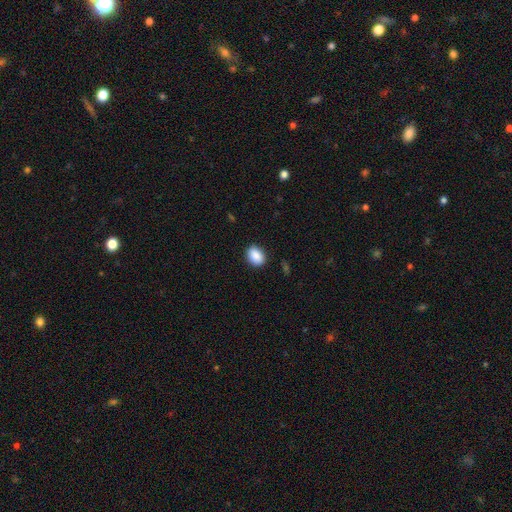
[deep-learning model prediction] This is clearly a smooth galaxy (89%). How rounded: likely in between (70%). Merging: clearly none (86%).